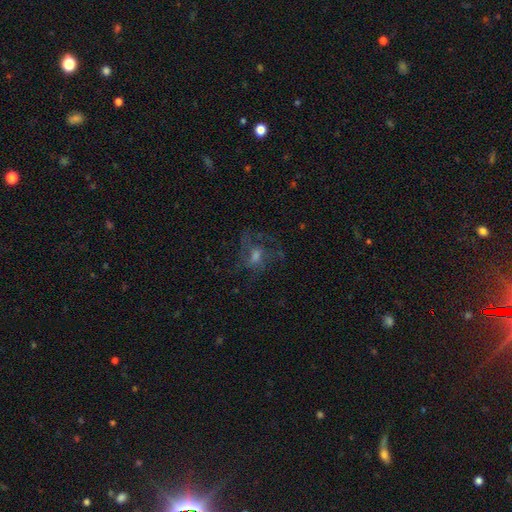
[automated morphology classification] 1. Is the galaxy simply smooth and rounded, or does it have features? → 56% featured or disk, 23% smooth, 21% star or artifact.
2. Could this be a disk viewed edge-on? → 96% no, 4% yes.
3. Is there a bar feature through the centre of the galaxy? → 63% no, 31% weak, 6% strong.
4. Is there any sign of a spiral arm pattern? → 69% yes, 31% no.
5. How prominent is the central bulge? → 50% moderate, 28% small, 10% large, 10% none, 2% dominant.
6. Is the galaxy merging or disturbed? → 57% none, 24% major disturbance, 17% minor disturbance, 2% merger.